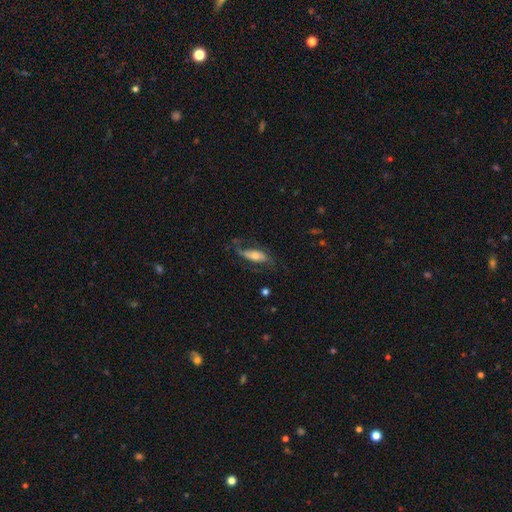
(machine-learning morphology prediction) This is possibly a featured or disk galaxy (52%). It is likely not viewed edge-on (77%). Merging: possibly none (54%).